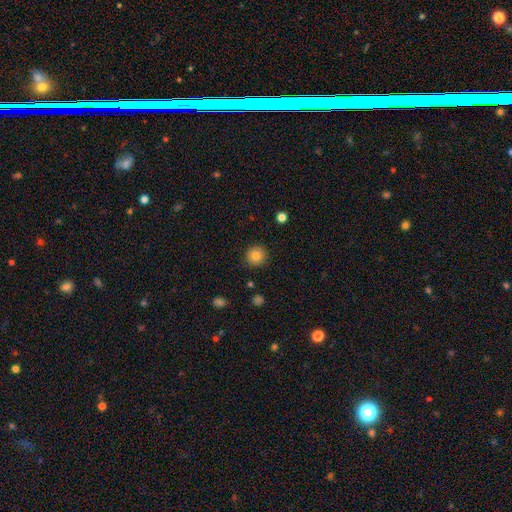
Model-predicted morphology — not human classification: Q: Smooth or featured?
A: smooth (83%); runner-up: star or artifact (10%)
Q: How rounded?
A: round (95%); runner-up: in between (4%)
Q: Merging?
A: none (91%); runner-up: minor disturbance (6%)